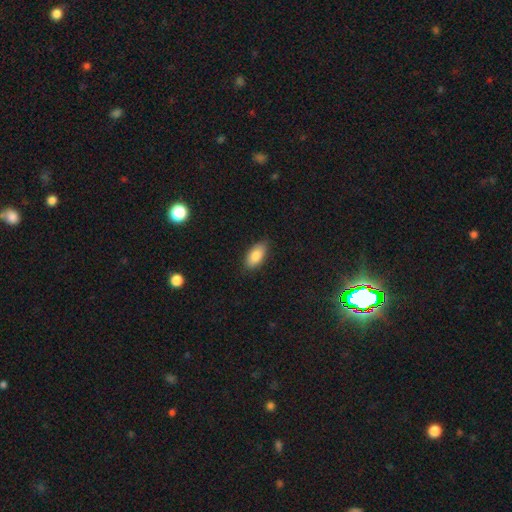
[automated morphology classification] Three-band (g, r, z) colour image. It shows a smooth galaxy with no disk features (85%) that is in between round and cigar-shaped (92%). Merging: none (84%).